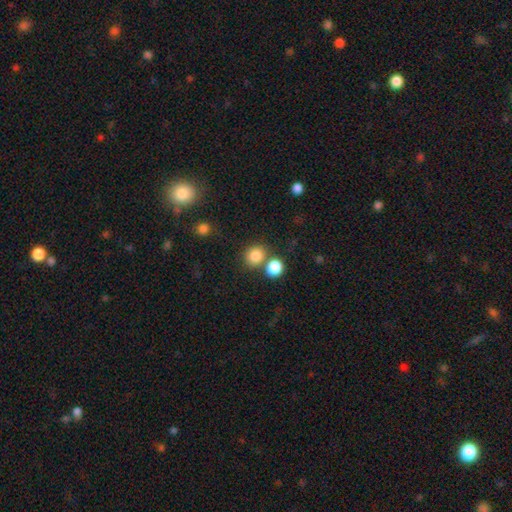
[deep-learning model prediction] Morphology: type=smooth (84%); roundness=round (83%); merging=none (67%).